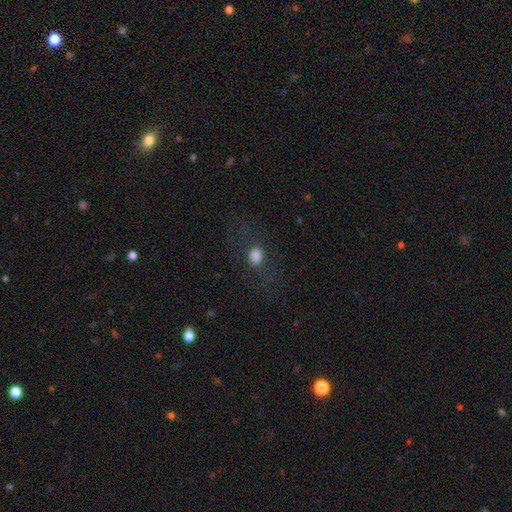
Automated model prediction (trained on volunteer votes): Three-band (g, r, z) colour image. It shows a smooth galaxy with no disk features (79%) that is in between round and cigar-shaped (56%). Merging: none (72%).